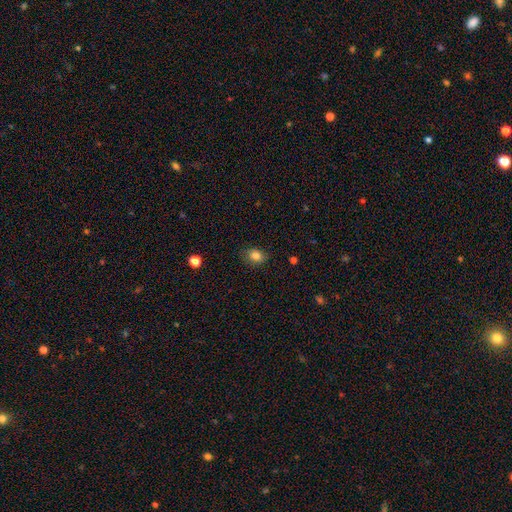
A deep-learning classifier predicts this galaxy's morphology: Smooth or featured? Predicted: smooth (p=0.83). How rounded? Predicted: in between (p=0.61). Merging? Predicted: none (p=0.80).